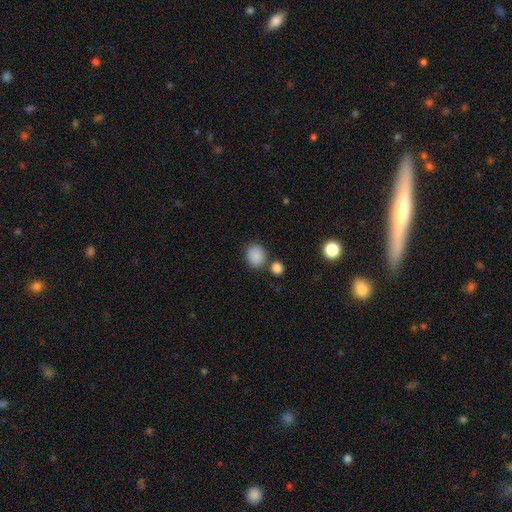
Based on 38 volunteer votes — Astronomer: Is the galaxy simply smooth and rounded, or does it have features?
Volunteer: smooth — 87%.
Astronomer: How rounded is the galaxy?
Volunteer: round — 88%.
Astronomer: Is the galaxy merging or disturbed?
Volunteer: none — 72%.